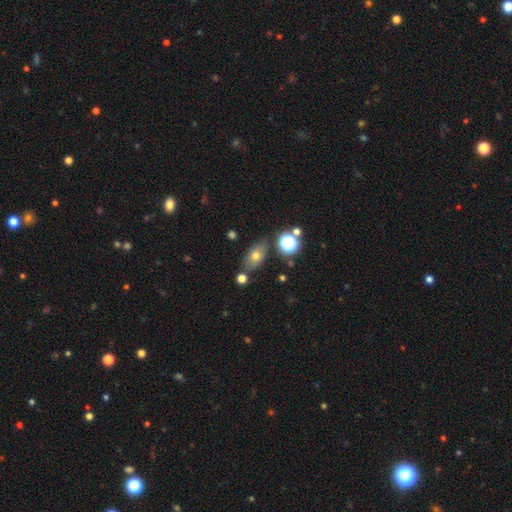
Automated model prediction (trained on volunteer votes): Smooth or featured? smooth (67%)
How rounded? in between (82%)
Merging? none (75%)